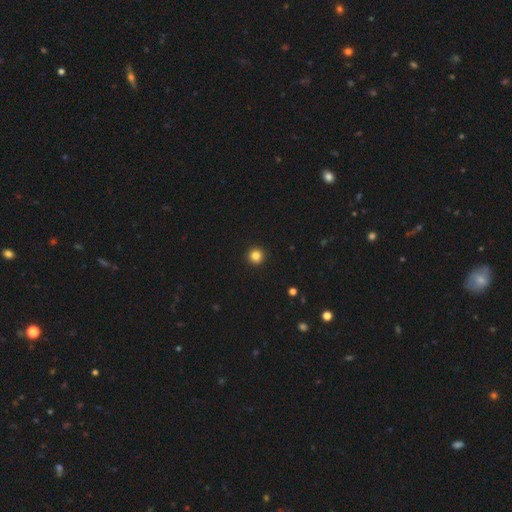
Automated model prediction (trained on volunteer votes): A smooth galaxy with no disk features (84%) that is round (96%). Merging: none (94%).